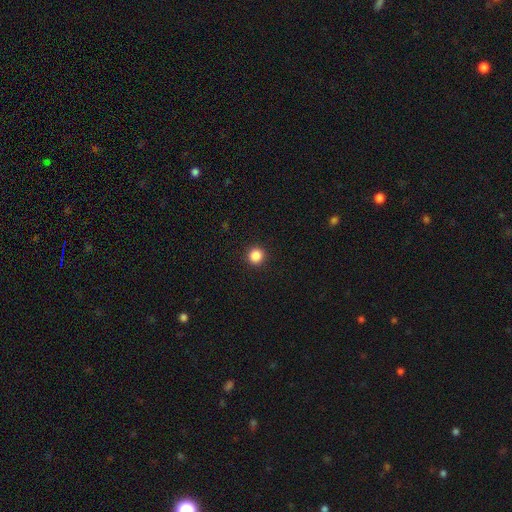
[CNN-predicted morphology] smooth 87%, star or artifact 10%, featured or disk 3%. Down the decision tree: how rounded — round (94%); merging — none (93%).